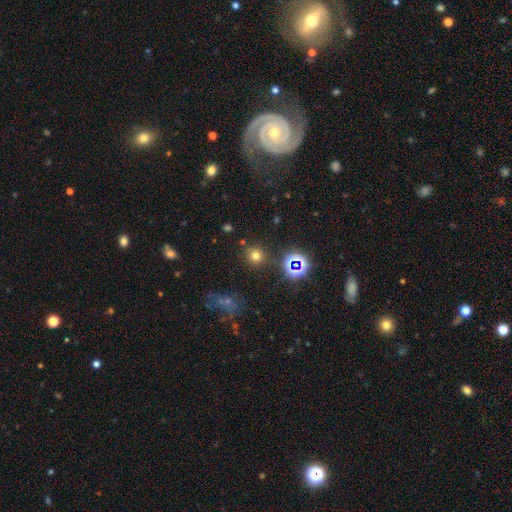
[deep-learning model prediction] Smooth or featured?
  - smooth: 69% *
  - star or artifact: 24%
  - featured or disk: 7%
How rounded?
  - round: 92% *
  - in between: 7%
  - cigar-shaped: 1%
Merging?
  - none: 86% *
  - minor disturbance: 7%
  - merger: 3%
  - major disturbance: 3%